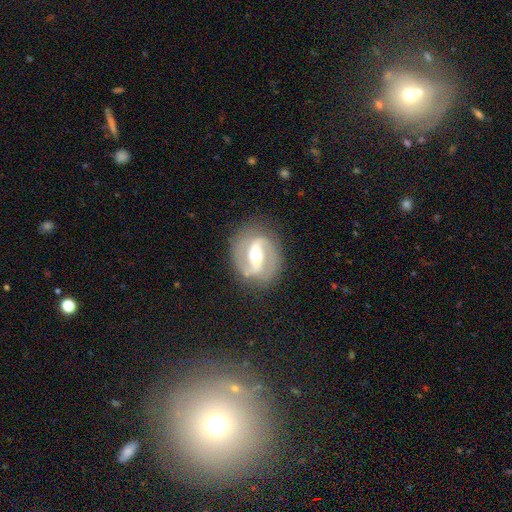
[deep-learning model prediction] smooth-or-featured: featured or disk: 87% | smooth: 8% | star or artifact: 5%
  disk-edge-on: no: 97% | yes: 3%
    bar: strong: 53% | weak: 33% | no: 14%
    has-spiral-arms: yes: 92% | no: 8%
      spiral-winding: medium: 53% | tight: 25% | loose: 22%
      spiral-arm-count: 2: 91% | can't tell: 3% | 1: 2% | 3: 1% | 4: 1% | more than 4: 1%
    bulge-size: moderate: 69% | small: 24% | large: 5% | dominant: 1% | none: 1%
  merging: none: 83% | minor disturbance: 11% | major disturbance: 4% | merger: 1%